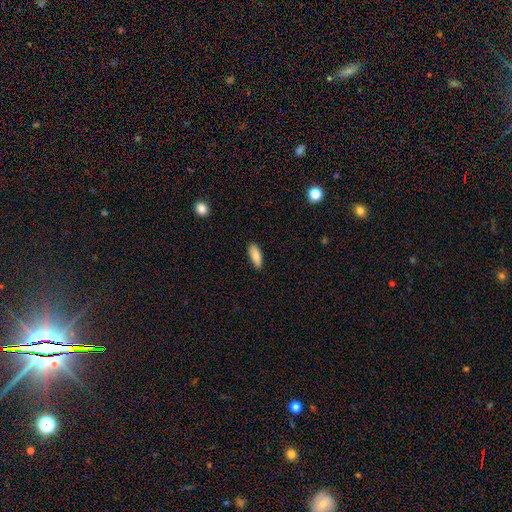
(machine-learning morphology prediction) Smooth or featured? Predicted: smooth (p=0.84). How rounded? Predicted: in between (p=0.67). Merging? Predicted: none (p=0.88).